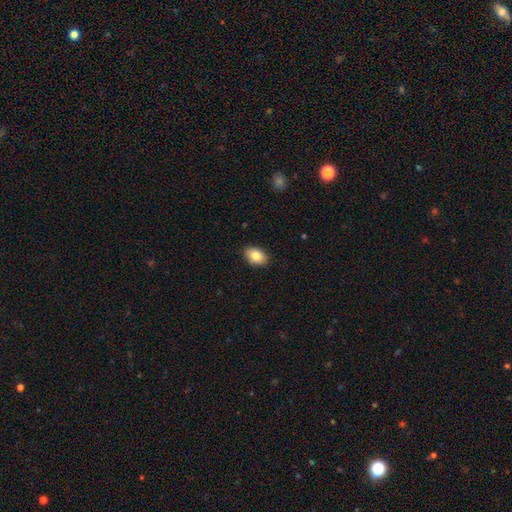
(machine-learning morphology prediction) Q: Smooth or featured?
A: smooth (83%); runner-up: featured or disk (9%)
Q: How rounded?
A: in between (84%); runner-up: round (14%)
Q: Merging?
A: none (89%); runner-up: minor disturbance (8%)